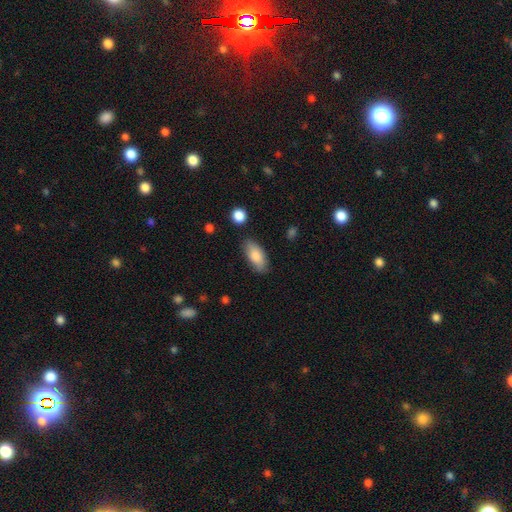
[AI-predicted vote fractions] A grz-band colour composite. It shows a smooth galaxy with no disk features (84%) that is in between round and cigar-shaped (88%). Merging: none (81%).